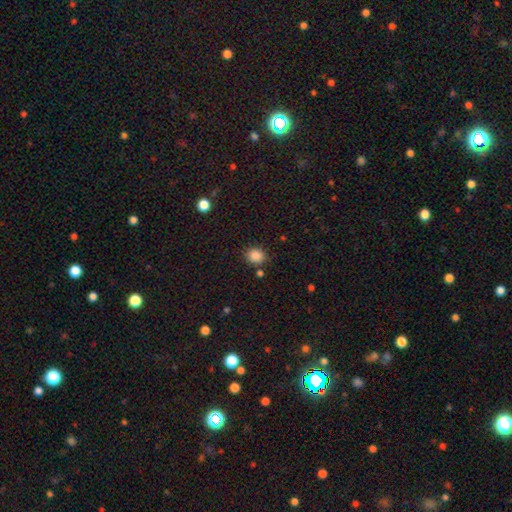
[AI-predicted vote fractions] Smooth or featured: smooth — 87% (star or artifact — 10%)
How rounded: round — 62% (in between — 37%)
Merging: none — 82% (minor disturbance — 10%)